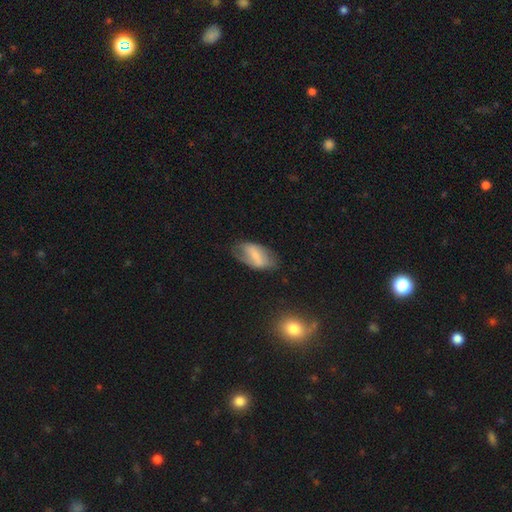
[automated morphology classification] A smooth galaxy with no disk features (49%).

Vote fractions:
- Smooth or featured? smooth: 49% / featured or disk: 43% / star or artifact: 8%
- Merging? none: 59% / minor disturbance: 27% / major disturbance: 12% / merger: 2%